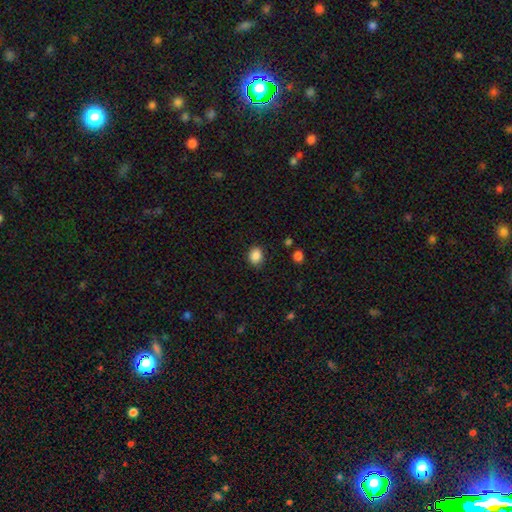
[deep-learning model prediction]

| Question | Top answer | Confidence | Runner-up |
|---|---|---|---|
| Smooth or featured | smooth | 87% | star or artifact (10%) |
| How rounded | round | 54% | in between (45%) |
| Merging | none | 85% | minor disturbance (11%) |